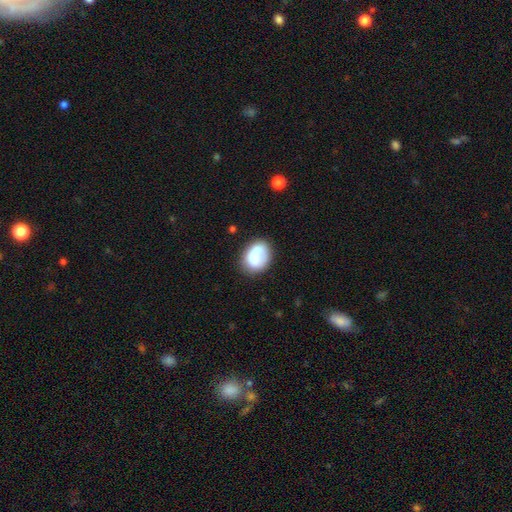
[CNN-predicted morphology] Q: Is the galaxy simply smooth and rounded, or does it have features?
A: smooth — 78%.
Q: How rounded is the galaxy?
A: in between — 60%.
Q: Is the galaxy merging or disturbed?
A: none — 66%.